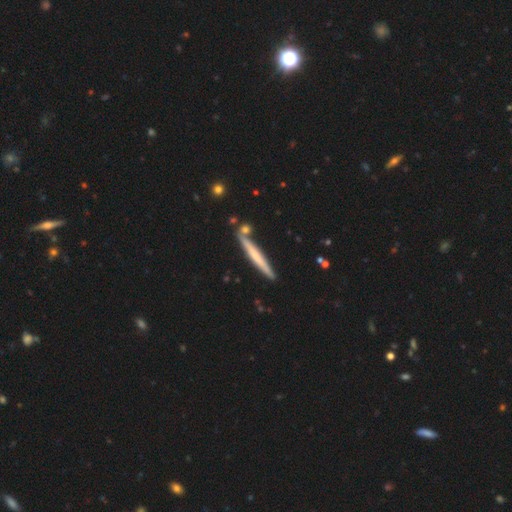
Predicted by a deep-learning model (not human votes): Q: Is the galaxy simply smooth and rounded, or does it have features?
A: smooth — 47%, tied with featured or disk.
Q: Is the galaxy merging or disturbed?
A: none — 81%.